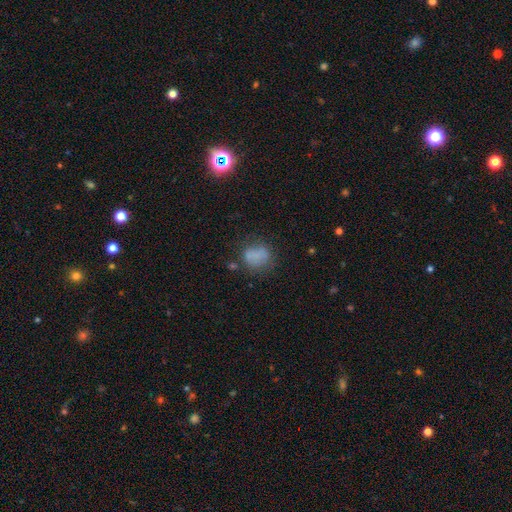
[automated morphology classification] Smooth or featured? smooth (73%)
How rounded? round (56%)
Merging? none (55%)